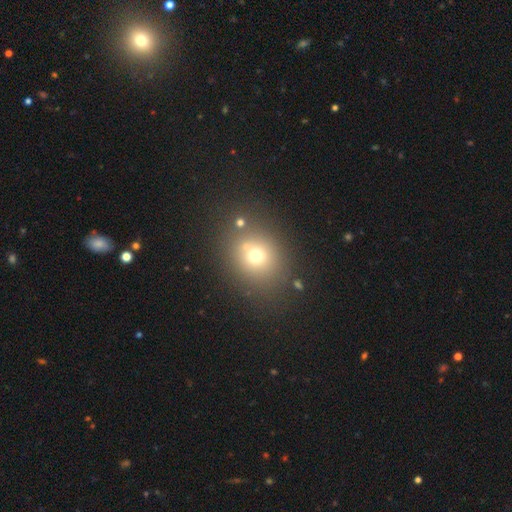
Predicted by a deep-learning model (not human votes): This appears to be a smooth galaxy with no disk features (68%) that is round (67%). Merging: none (74%).